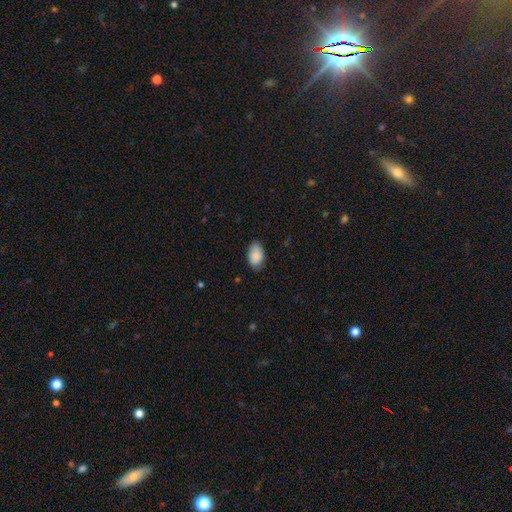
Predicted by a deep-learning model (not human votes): A smooth galaxy with no disk features (89%) that is in between round and cigar-shaped (93%).

Vote fractions:
- Smooth or featured? smooth: 89% / star or artifact: 7% / featured or disk: 4%
- How rounded? in between: 93% / round: 6% / cigar-shaped: 1%
- Merging? none: 77% / minor disturbance: 19% / major disturbance: 3% / merger: 1%